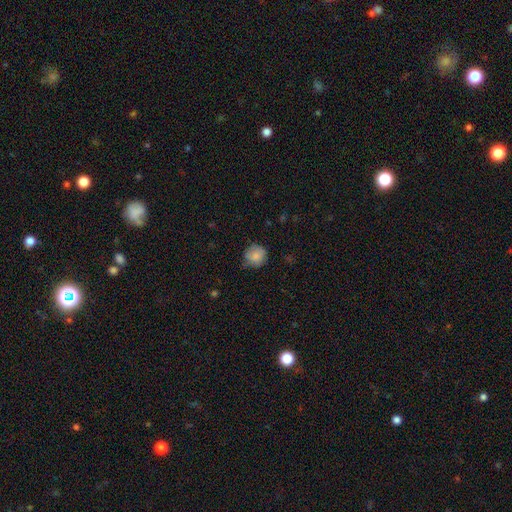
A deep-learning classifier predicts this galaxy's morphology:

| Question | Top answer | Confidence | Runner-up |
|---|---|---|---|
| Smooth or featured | smooth | 81% | featured or disk (11%) |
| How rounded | round | 88% | in between (11%) |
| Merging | none | 66% | minor disturbance (26%) |